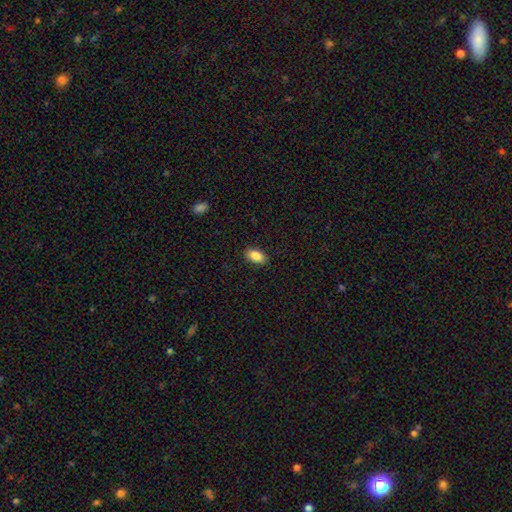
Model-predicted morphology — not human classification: This appears to be a smooth galaxy with no disk features (86%) that is in between round and cigar-shaped (92%). Merging: none (88%).